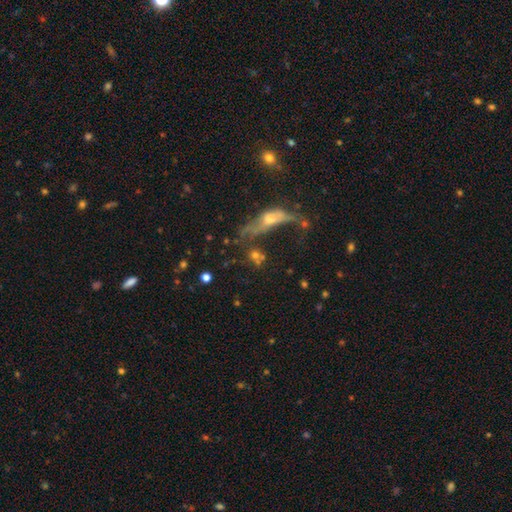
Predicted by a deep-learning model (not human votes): Morphology: type=smooth (51%); roundness=round (46%); merging=none (39%).